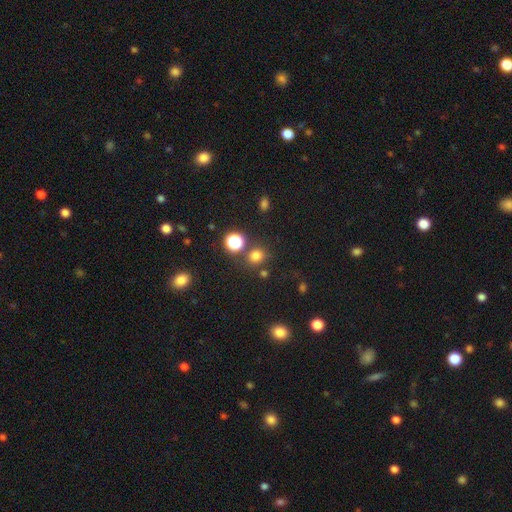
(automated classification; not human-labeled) Smooth or featured: smooth — 72% (star or artifact — 22%)
How rounded: round — 78% (in between — 21%)
Merging: none — 77% (minor disturbance — 10%)